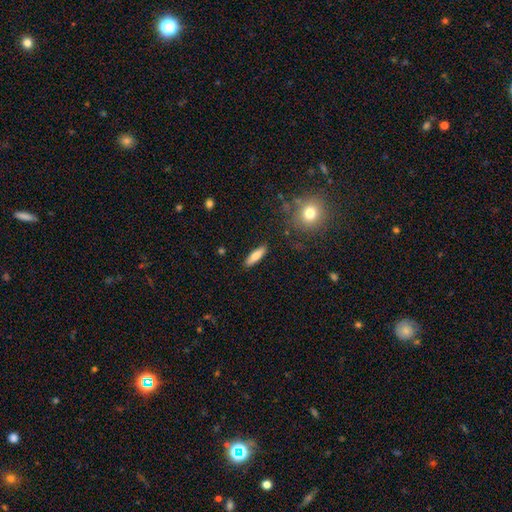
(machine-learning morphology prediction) Q: Smooth or featured?
A: smooth (78%); runner-up: featured or disk (15%)
Q: How rounded?
A: cigar-shaped (61%); runner-up: in between (37%)
Q: Merging?
A: none (88%); runner-up: minor disturbance (8%)